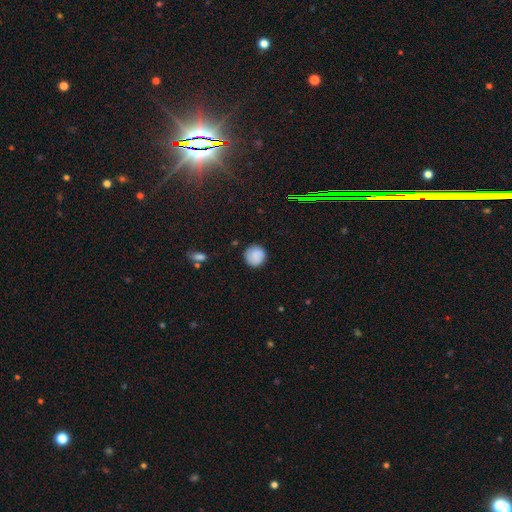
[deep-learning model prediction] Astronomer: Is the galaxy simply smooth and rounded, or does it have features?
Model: smooth — 82%.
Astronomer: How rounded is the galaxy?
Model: round — 93%.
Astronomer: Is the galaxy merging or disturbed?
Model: none — 86%.